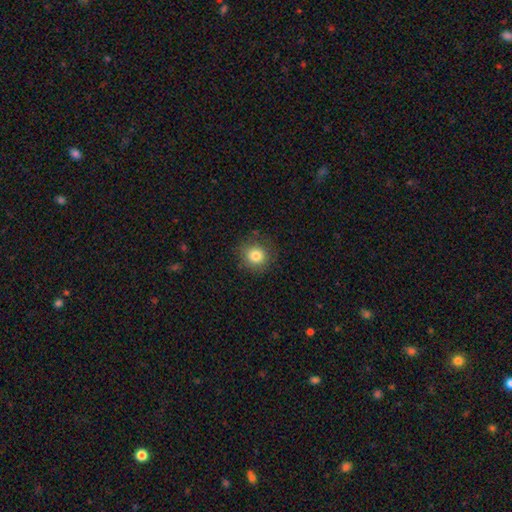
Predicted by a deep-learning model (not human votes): smooth_or_featured: smooth (p=0.82) [alt: star or artifact p=0.11]
how_rounded: round (p=0.90) [alt: in between p=0.09]
merging: none (p=0.86) [alt: minor disturbance p=0.10]